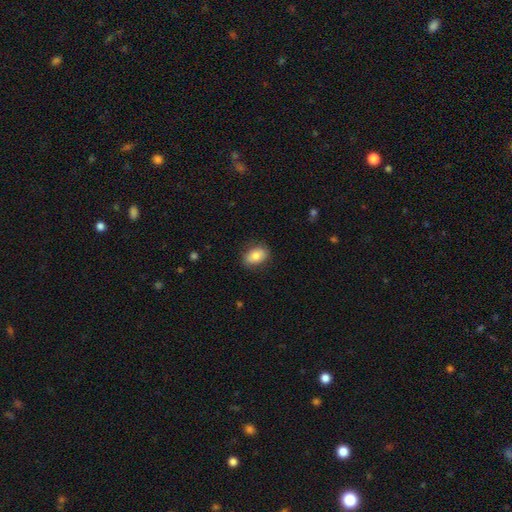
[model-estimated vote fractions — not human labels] Morphology: type=smooth (82%); roundness=in between (86%); merging=none (84%).